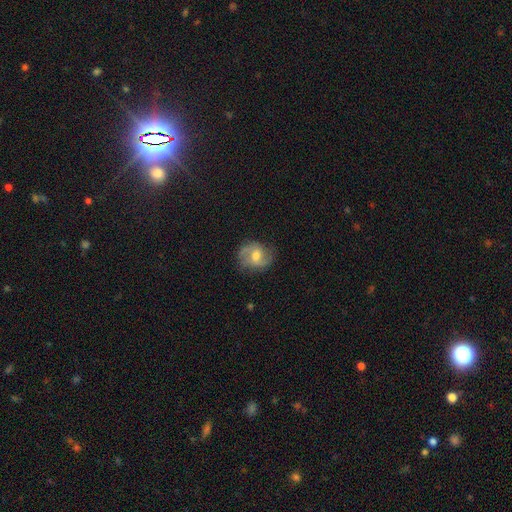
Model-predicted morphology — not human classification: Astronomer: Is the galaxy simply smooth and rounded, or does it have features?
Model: featured or disk — 69%.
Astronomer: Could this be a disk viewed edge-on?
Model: no — 97%.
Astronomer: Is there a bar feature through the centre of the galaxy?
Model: weak — 47% (runner-up: no, 41%).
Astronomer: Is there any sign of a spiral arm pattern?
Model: yes — 91%.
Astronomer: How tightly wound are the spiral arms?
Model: medium — 47% (runner-up: loose, 37%).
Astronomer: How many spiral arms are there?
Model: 2 — 85%.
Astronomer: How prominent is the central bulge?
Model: moderate — 64%.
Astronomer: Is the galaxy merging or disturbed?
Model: none — 73%.